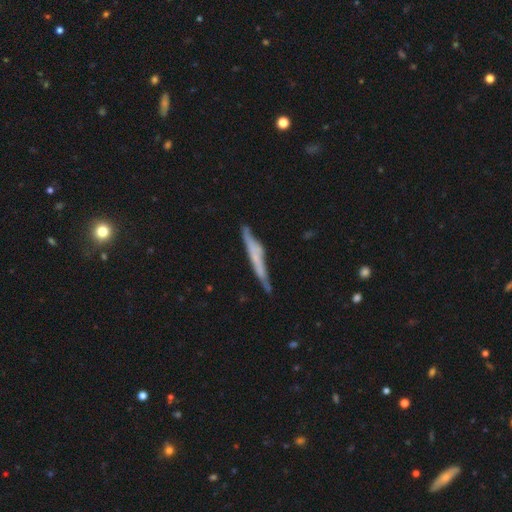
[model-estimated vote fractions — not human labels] smooth-or-featured: featured or disk: 51% | smooth: 42% | star or artifact: 7%
  disk-edge-on: yes: 90% | no: 10%
  merging: none: 70% | minor disturbance: 22% | major disturbance: 5% | merger: 3%